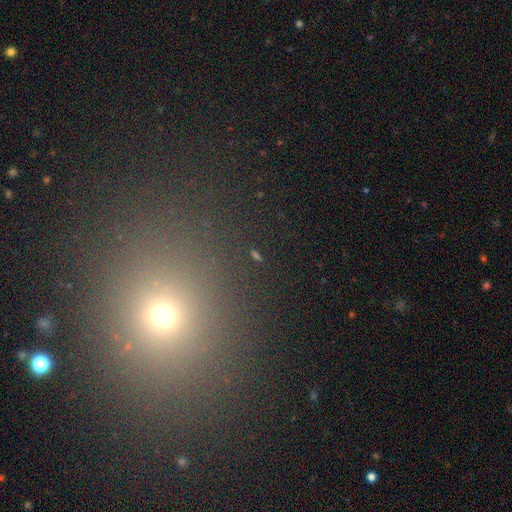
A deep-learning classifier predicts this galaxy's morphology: A star or artifact, not a galaxy (56%).